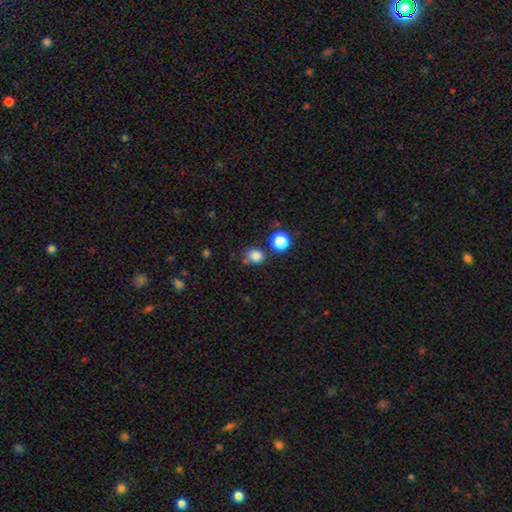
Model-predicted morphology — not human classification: This appears to be a smooth galaxy with no disk features (82%) that is round (73%). Merging: none (72%).